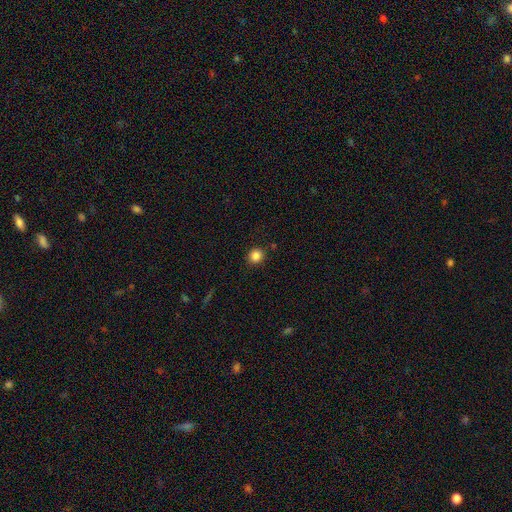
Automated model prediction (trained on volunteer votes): This appears to be a smooth galaxy with no disk features (85%) that is round (87%). Merging: none (87%).